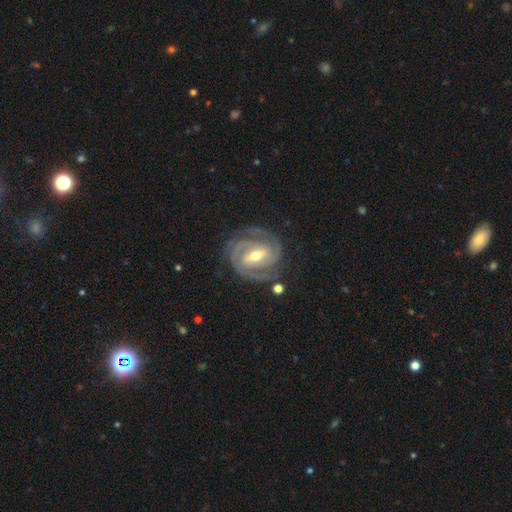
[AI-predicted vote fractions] Morphology: type=featured or disk (92%); edge-on=no (97%); bar=strong (53%); spiral arms=yes (98%); winding=tight (71%); arm count=2 (75%); bulge=moderate (66%); merging=none (79%).